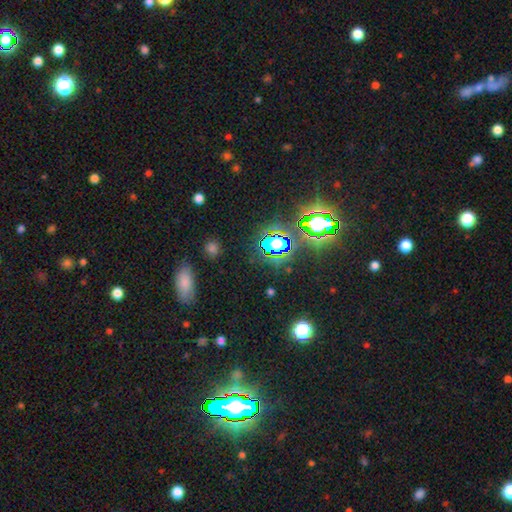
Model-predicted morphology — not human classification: This is likely a star or artifact rather than a galaxy (71%).